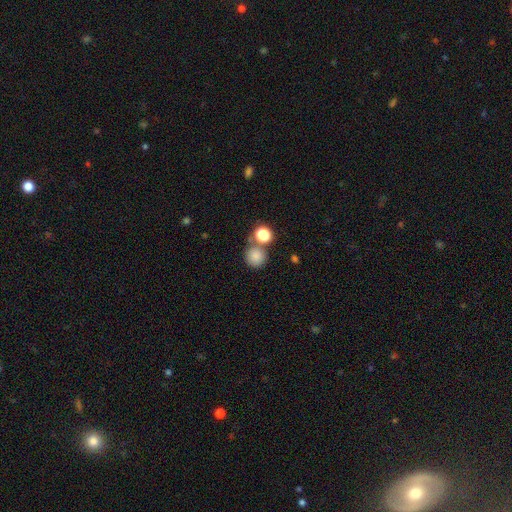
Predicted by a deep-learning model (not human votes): smooth_or_featured: smooth (p=0.82) [alt: star or artifact p=0.12]
how_rounded: round (p=0.90) [alt: in between p=0.09]
merging: none (p=0.62) [alt: merger p=0.25]